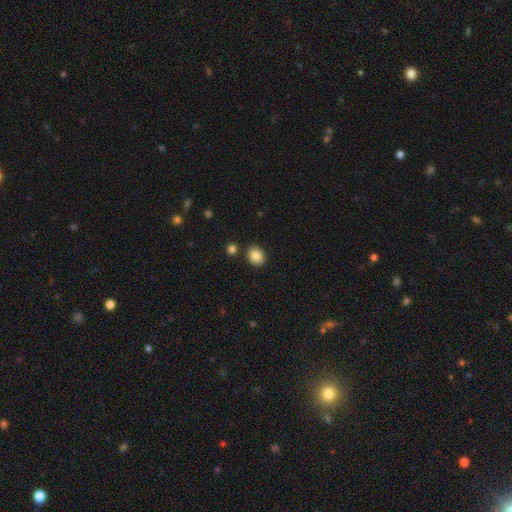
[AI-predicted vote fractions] smooth 86%, star or artifact 9%, featured or disk 6%. Down the decision tree: how rounded — in between (60%); merging — none (84%).